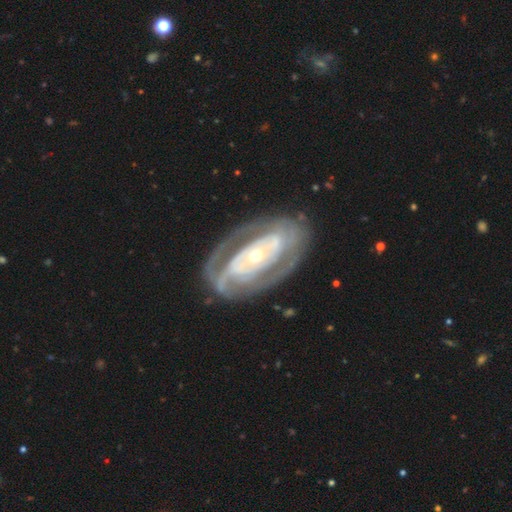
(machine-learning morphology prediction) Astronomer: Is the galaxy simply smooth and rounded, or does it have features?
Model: featured or disk — 84%.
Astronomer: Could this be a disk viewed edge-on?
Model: no — 93%.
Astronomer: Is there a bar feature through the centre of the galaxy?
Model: no — 62%.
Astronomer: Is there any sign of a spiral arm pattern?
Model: yes — 75%.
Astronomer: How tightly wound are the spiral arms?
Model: tight — 60%.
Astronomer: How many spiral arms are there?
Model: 2 — 55%.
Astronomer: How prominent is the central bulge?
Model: small — 50% (runner-up: moderate, 42%).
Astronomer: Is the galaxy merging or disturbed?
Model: none — 74%.